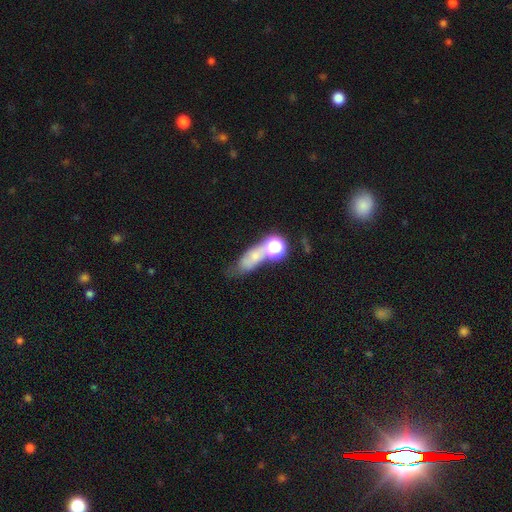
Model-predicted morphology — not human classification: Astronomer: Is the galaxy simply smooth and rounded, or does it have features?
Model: smooth — 54%.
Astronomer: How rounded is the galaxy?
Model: in between — 55%.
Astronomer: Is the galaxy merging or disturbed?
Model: none — 34% (runner-up: merger, 33%).